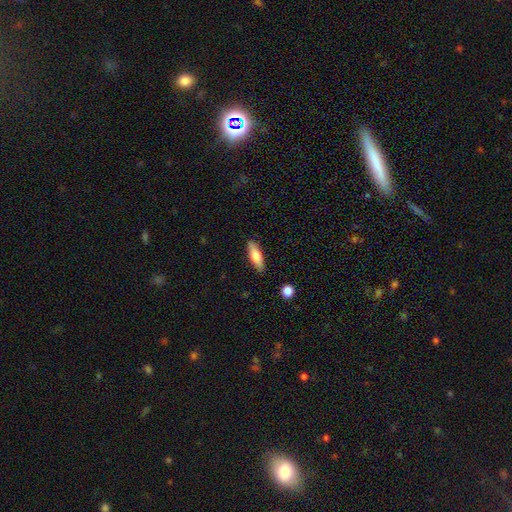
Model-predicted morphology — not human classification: smooth-or-featured: smooth: 70% | featured or disk: 24% | star or artifact: 6%
  how-rounded: in between: 52% | cigar-shaped: 46% | round: 2%
  merging: none: 86% | minor disturbance: 10% | major disturbance: 2% | merger: 2%